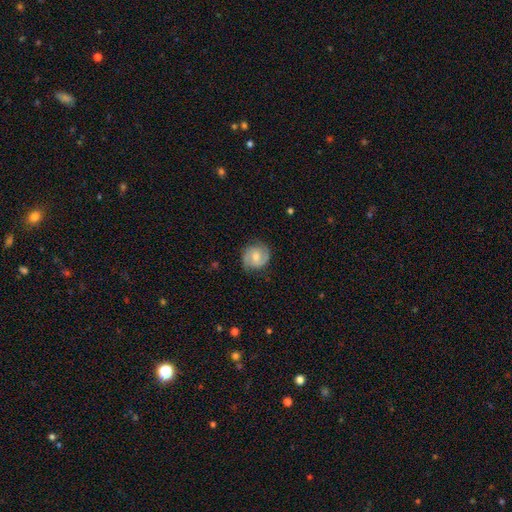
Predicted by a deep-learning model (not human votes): Q: Smooth or featured?
A: featured or disk (67%); runner-up: smooth (25%)
Q: Edge-on disk?
A: no (97%); runner-up: yes (3%)
Q: Bar?
A: no (46%); runner-up: weak (44%)
Q: Spiral arms?
A: yes (90%); runner-up: no (10%)
Q: Spiral winding?
A: medium (44%); runner-up: tight (41%)
Q: Spiral arm count?
A: 2 (85%); runner-up: can't tell (9%)
Q: Bulge size?
A: moderate (61%); runner-up: small (33%)
Q: Merging?
A: none (80%); runner-up: minor disturbance (15%)